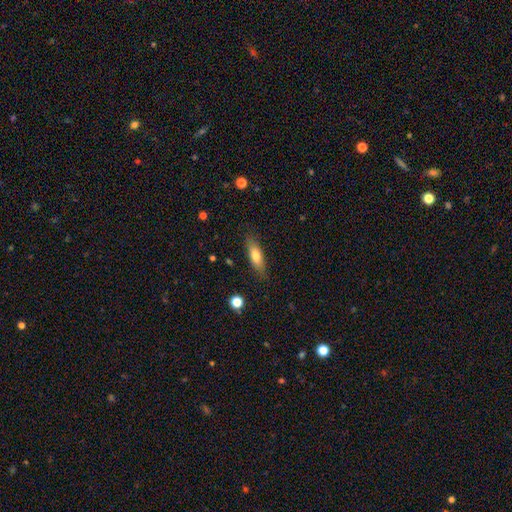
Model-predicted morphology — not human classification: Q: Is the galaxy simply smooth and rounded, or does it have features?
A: smooth — 72%.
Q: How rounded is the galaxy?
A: in between — 53%.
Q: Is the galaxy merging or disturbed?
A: none — 84%.